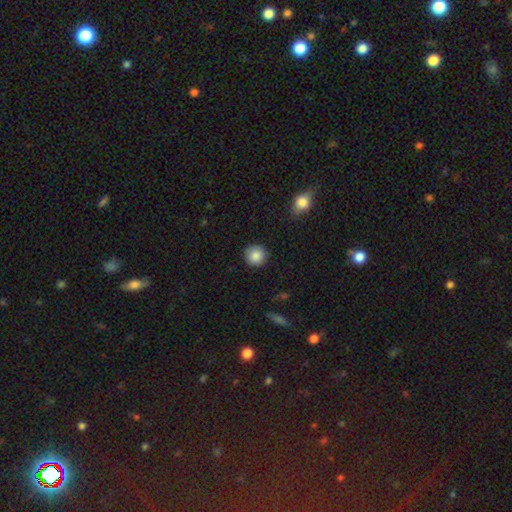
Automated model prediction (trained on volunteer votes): Smooth or featured? Predicted: smooth (p=0.87). How rounded? Predicted: round (p=0.94). Merging? Predicted: none (p=0.89).